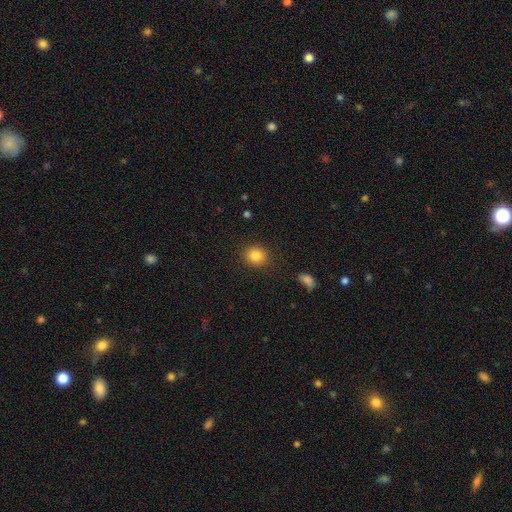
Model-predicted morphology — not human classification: This is clearly a smooth galaxy (84%). How rounded: likely round (78%). Merging: clearly none (89%).